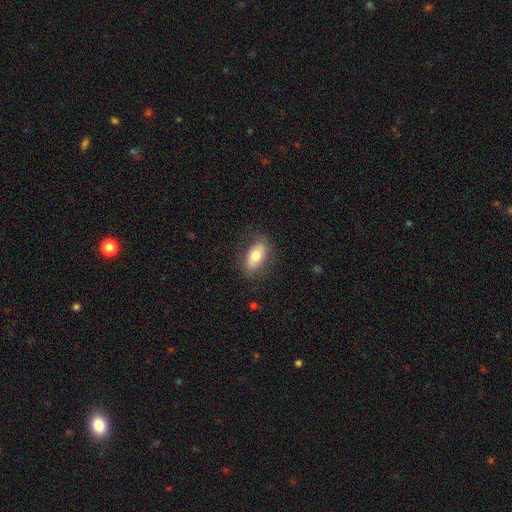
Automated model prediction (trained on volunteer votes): Smooth or featured? Predicted: smooth (p=0.70). How rounded? Predicted: in between (p=0.88). Merging? Predicted: none (p=0.81).